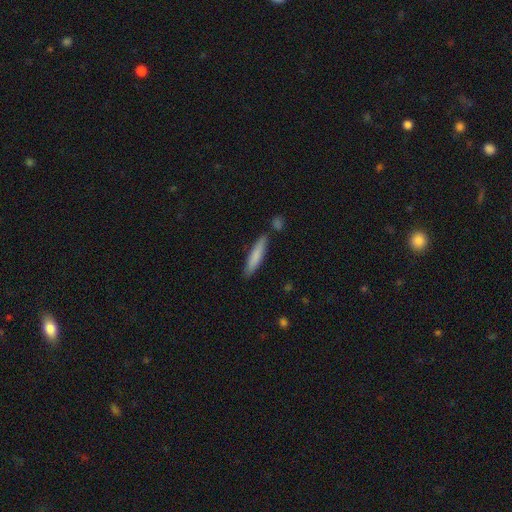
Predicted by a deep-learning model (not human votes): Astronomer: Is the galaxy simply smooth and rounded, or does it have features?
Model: smooth — 77%.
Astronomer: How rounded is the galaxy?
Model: cigar-shaped — 87%.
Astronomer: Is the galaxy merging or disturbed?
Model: none — 81%.